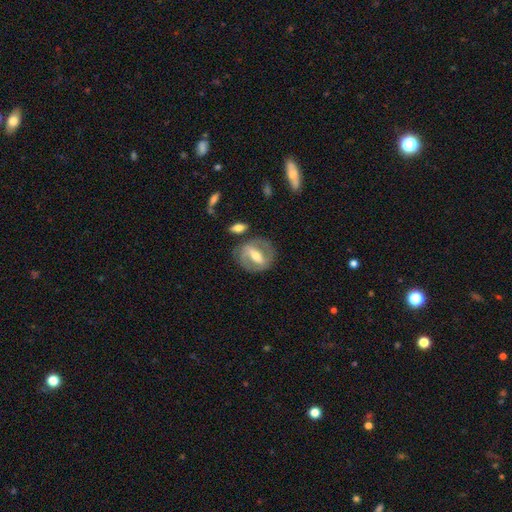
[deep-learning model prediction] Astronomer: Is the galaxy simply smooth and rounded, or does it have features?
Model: featured or disk — 69%.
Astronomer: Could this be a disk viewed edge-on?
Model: no — 90%.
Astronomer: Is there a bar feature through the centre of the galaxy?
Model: strong — 59%.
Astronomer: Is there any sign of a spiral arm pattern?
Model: yes — 61% (runner-up: no, 39%).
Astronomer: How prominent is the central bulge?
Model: moderate — 63%.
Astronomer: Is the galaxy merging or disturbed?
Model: none — 73%.